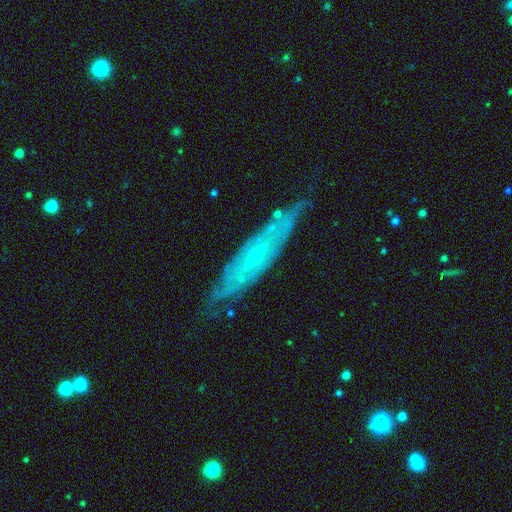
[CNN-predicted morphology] Smooth or featured?
  - featured or disk: 81% *
  - smooth: 12%
  - star or artifact: 7%
Edge-on disk?
  - no: 60% *
  - yes: 40%
Merging?
  - none: 75% *
  - minor disturbance: 19%
  - major disturbance: 4%
  - merger: 2%